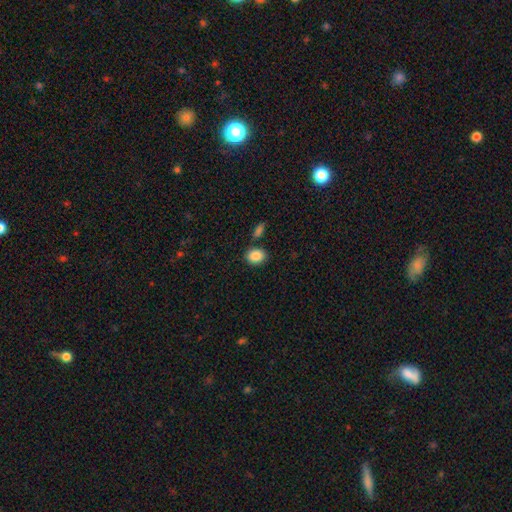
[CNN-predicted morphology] A smooth galaxy with no disk features (88%) that is in between round and cigar-shaped (52%).

Vote fractions:
- Smooth or featured? smooth: 88% / star or artifact: 8% / featured or disk: 5%
- How rounded? in between: 52% / round: 47% / cigar-shaped: 1%
- Merging? none: 78% / minor disturbance: 11% / merger: 8% / major disturbance: 3%